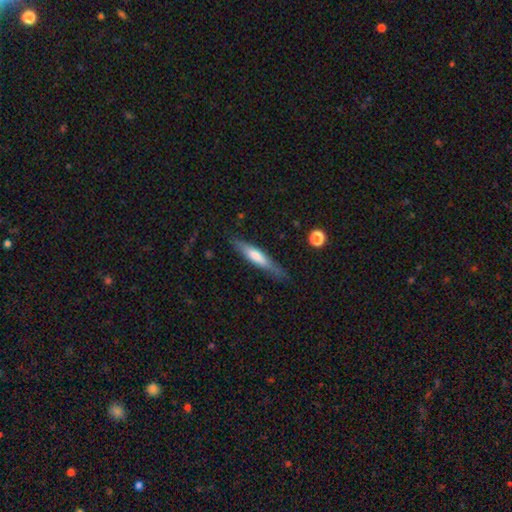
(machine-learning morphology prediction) smooth-or-featured: smooth: 55% | featured or disk: 39% | star or artifact: 6%
  how-rounded: cigar-shaped: 85% | in between: 14% | round: 1%
  merging: none: 78% | minor disturbance: 16% | major disturbance: 4% | merger: 2%